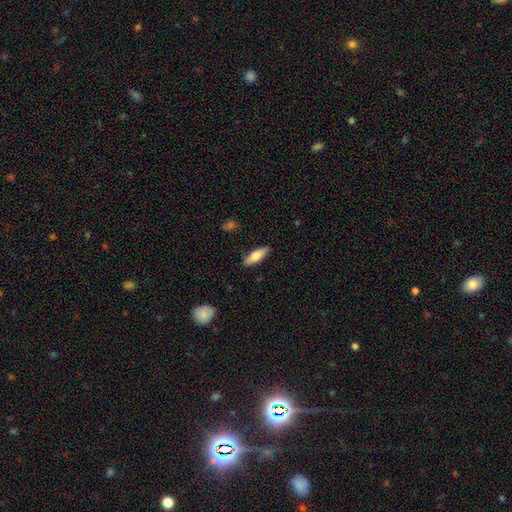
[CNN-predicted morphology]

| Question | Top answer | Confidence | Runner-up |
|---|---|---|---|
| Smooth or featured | smooth | 72% | featured or disk (22%) |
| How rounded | in between | 58% | cigar-shaped (40%) |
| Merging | none | 88% | minor disturbance (9%) |